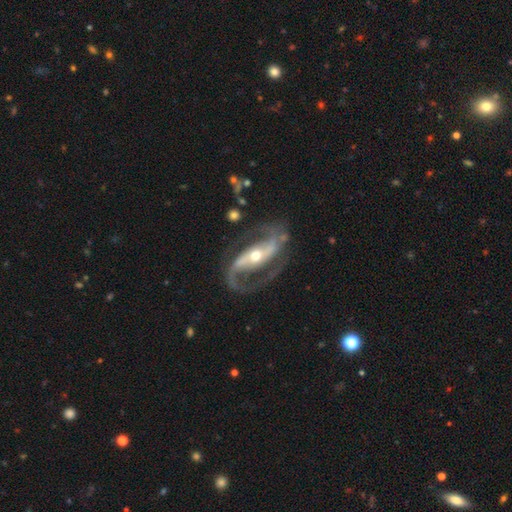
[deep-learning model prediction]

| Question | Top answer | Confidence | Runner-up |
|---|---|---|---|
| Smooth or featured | featured or disk | 92% | smooth (4%) |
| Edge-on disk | no | 95% | yes (5%) |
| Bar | strong | 55% | weak (23%) |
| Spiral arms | yes | 97% | no (3%) |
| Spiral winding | medium | 51% | loose (31%) |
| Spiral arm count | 2 | 92% | 1 (3%) |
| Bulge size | moderate | 52% | small (44%) |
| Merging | none | 73% | minor disturbance (14%) |